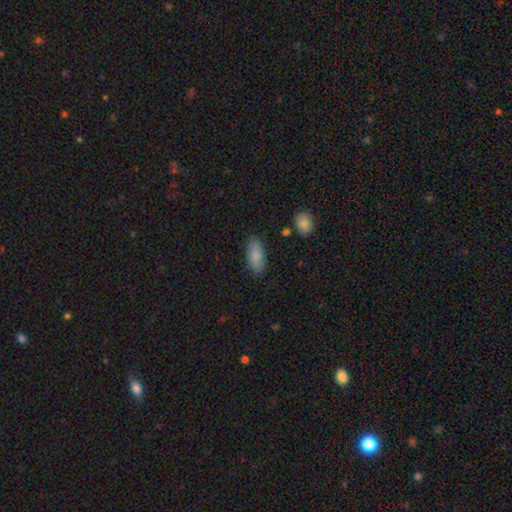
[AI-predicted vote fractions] A smooth galaxy with no disk features (85%) that is in between round and cigar-shaped (88%). Merging: none (85%).